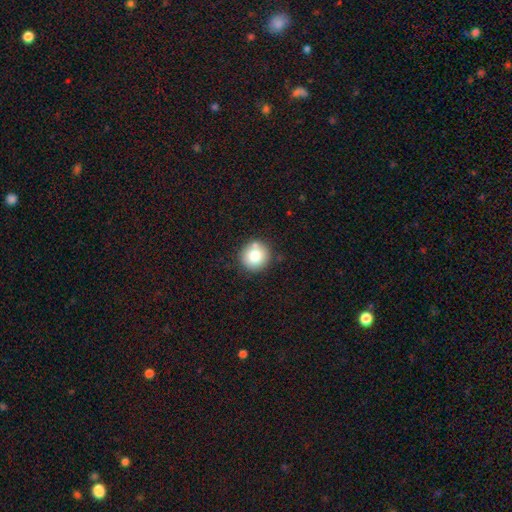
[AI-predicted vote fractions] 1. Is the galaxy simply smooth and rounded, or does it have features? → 78% smooth, 12% featured or disk, 10% star or artifact.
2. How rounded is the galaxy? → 92% round, 7% in between, 1% cigar-shaped.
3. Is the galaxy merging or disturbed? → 78% none, 11% minor disturbance, 8% merger, 3% major disturbance.